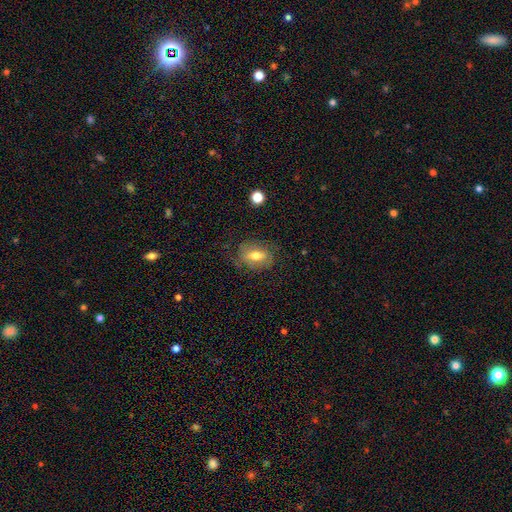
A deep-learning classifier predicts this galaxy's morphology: Smooth or featured? Predicted: smooth (p=0.55). How rounded? Predicted: in between (p=0.77). Merging? Predicted: none (p=0.65).